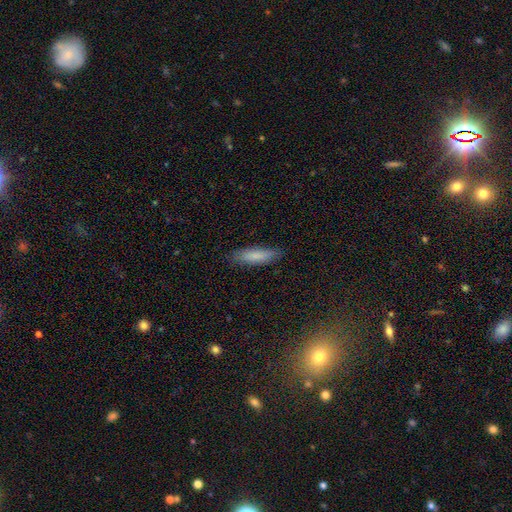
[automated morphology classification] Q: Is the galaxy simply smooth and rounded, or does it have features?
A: smooth — 81%.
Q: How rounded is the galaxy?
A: cigar-shaped — 60%.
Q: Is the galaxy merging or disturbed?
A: none — 84%.